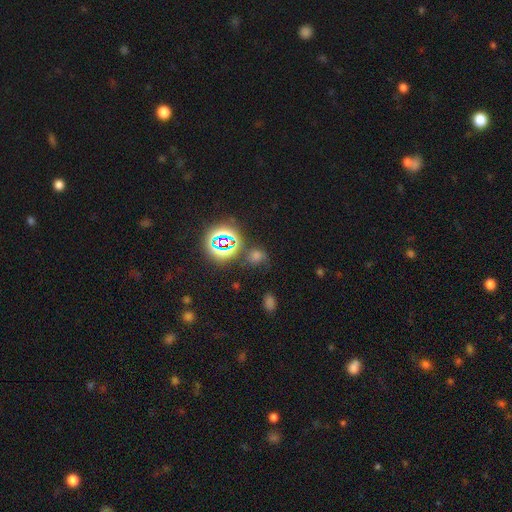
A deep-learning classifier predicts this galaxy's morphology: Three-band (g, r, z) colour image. It shows a star or artifact, not a galaxy (46%).